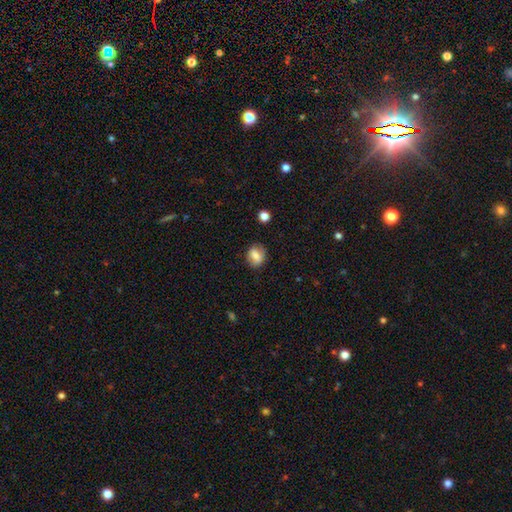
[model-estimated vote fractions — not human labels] The model was most divided on "how rounded": in between: 54%, round: 44%, cigar-shaped: 2%. More confident: merging — none (78%); smooth or featured — smooth (73%).